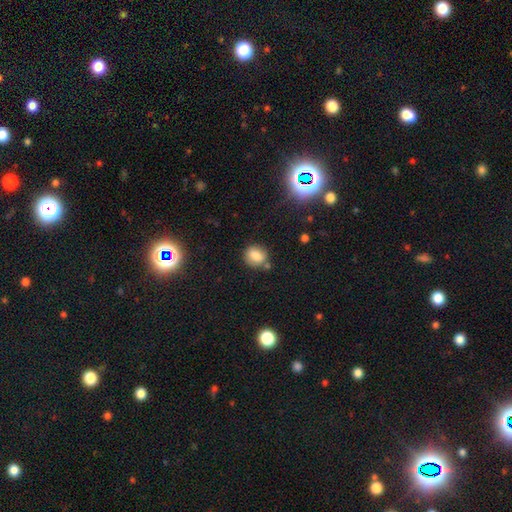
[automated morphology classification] A smooth galaxy with no disk features (79%) that is round (70%).

Vote fractions:
- Smooth or featured? smooth: 79% / star or artifact: 12% / featured or disk: 9%
- How rounded? round: 70% / in between: 29% / cigar-shaped: 1%
- Merging? none: 74% / minor disturbance: 13% / merger: 9% / major disturbance: 3%